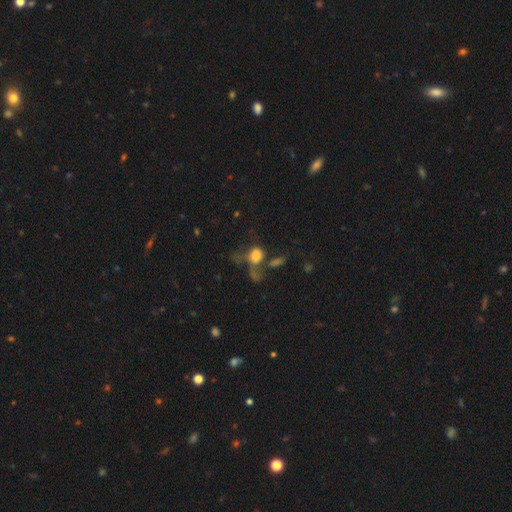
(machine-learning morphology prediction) A smooth galaxy with no disk features (71%) that is round (54%).

Vote fractions:
- Smooth or featured? smooth: 71% / featured or disk: 16% / star or artifact: 13%
- How rounded? round: 54% / in between: 44% / cigar-shaped: 2%
- Merging? major disturbance: 33% / merger: 30% / none: 24% / minor disturbance: 13%